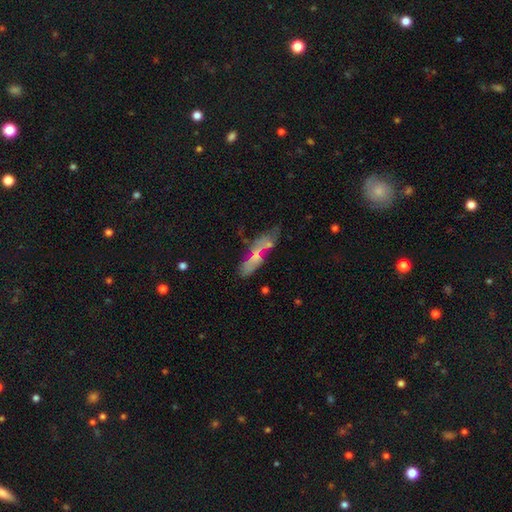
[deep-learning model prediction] Smooth or featured?
  - smooth: 47% *
  - featured or disk: 42%
  - star or artifact: 11%
Merging?
  - none: 47% *
  - minor disturbance: 22%
  - merger: 16%
  - major disturbance: 15%